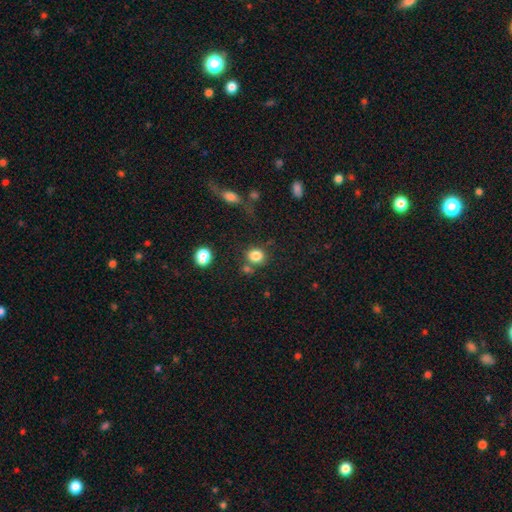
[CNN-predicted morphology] smooth_or_featured: smooth (p=0.83) [alt: star or artifact p=0.11]
how_rounded: round (p=0.75) [alt: in between p=0.24]
merging: none (p=0.71) [alt: merger p=0.13]